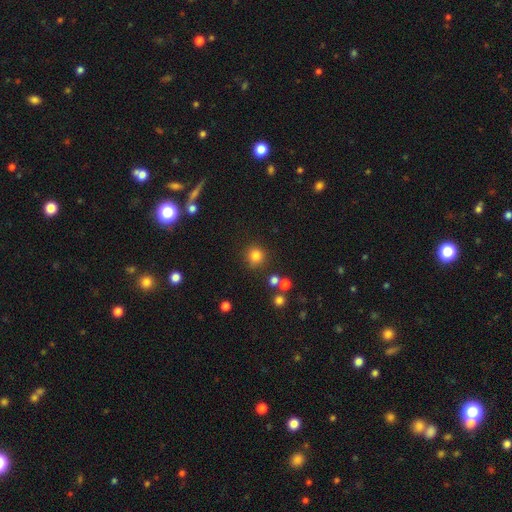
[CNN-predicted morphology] Smooth or featured: smooth — 81% (star or artifact — 14%)
How rounded: round — 92% (in between — 7%)
Merging: none — 85% (minor disturbance — 8%)